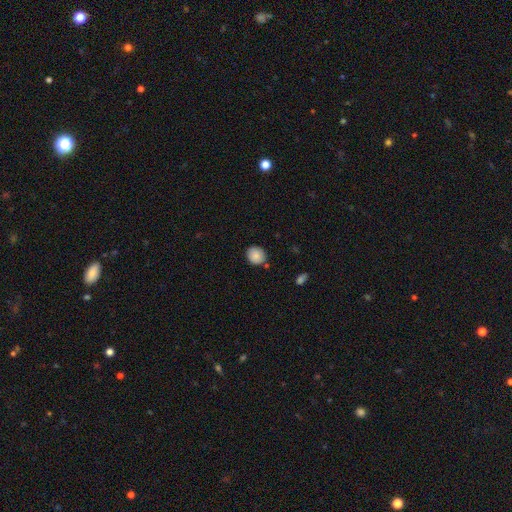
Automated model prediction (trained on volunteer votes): The model was most divided on "how rounded": round: 79%, in between: 20%, cigar-shaped: 1%. More confident: smooth or featured — smooth (86%); merging — none (82%).